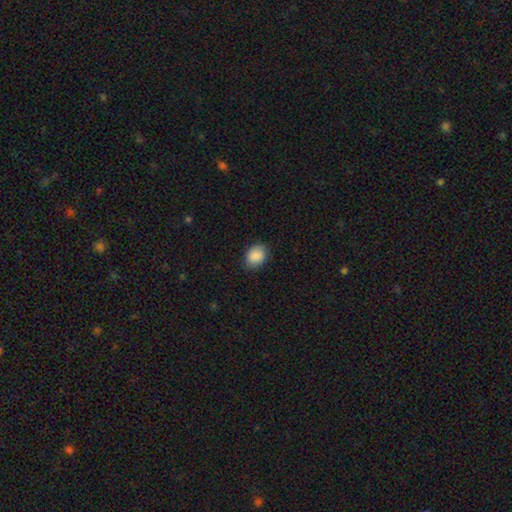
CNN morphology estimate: Smooth or featured: smooth — 90% (star or artifact — 7%)
How rounded: in between — 64% (round — 35%)
Merging: none — 84% (minor disturbance — 13%)